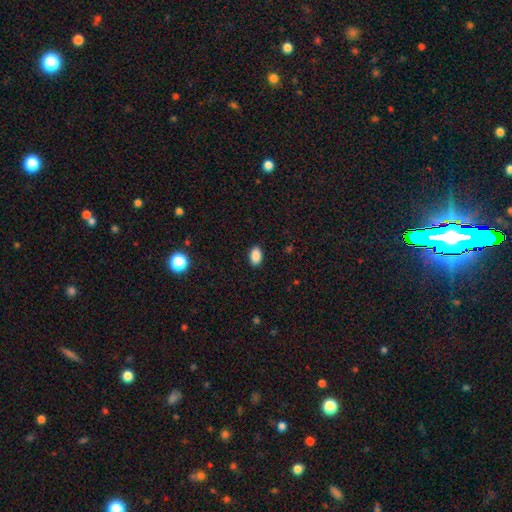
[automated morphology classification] A smooth galaxy with no disk features (88%) that is in between round and cigar-shaped (91%). Merging: none (89%).